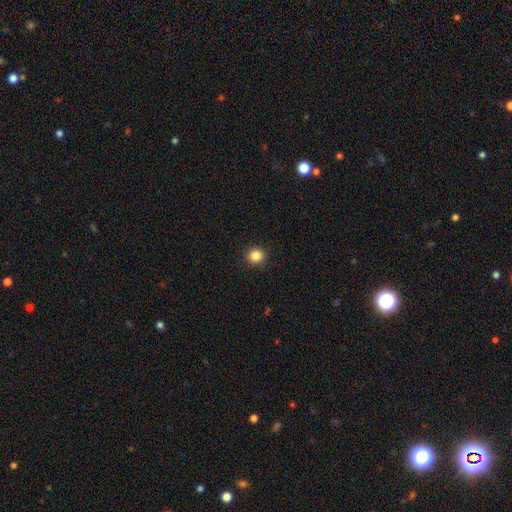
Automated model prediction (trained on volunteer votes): Smooth or featured? smooth (86%)
How rounded? round (92%)
Merging? none (92%)